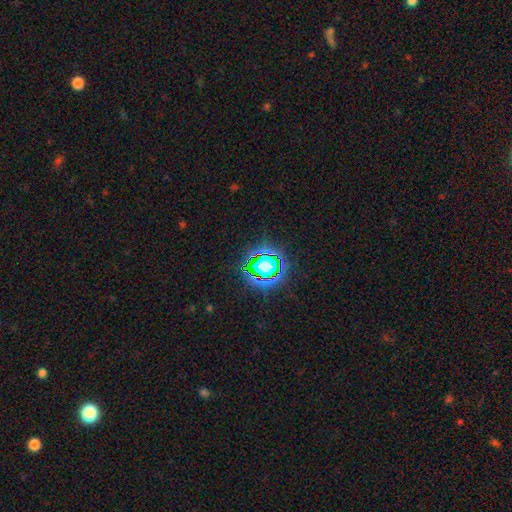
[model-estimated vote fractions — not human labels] A star or artifact, not a galaxy (79%).

Vote fractions:
- Smooth or featured? star or artifact: 79% / smooth: 14% / featured or disk: 7%